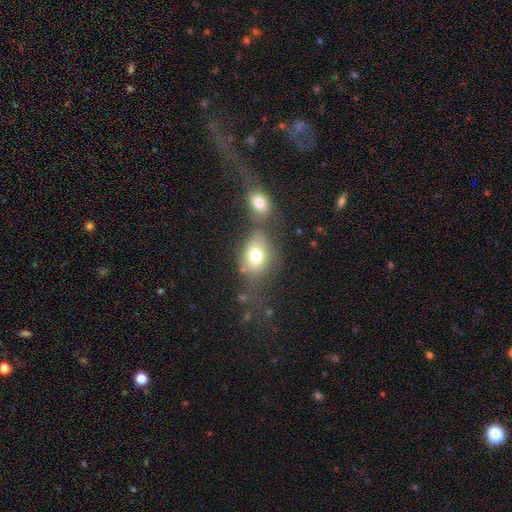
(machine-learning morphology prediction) Smooth or featured: smooth — 73% (featured or disk — 16%)
How rounded: in between — 66% (round — 32%)
Merging: none — 41% (merger — 33%)